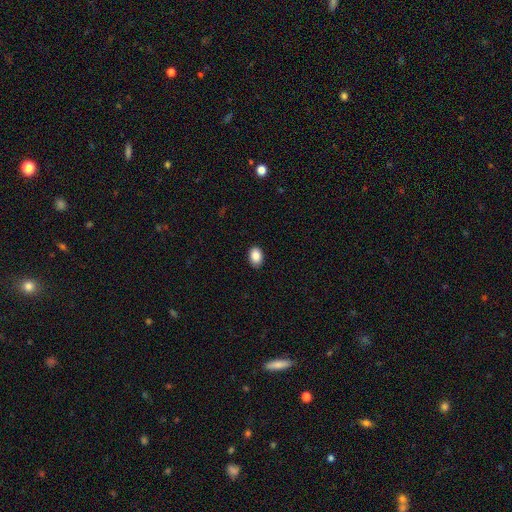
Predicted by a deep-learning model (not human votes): Smooth or featured?
  - smooth: 89% *
  - star or artifact: 8%
  - featured or disk: 4%
How rounded?
  - in between: 83% *
  - round: 16%
  - cigar-shaped: 1%
Merging?
  - none: 89% *
  - minor disturbance: 8%
  - major disturbance: 2%
  - merger: 1%